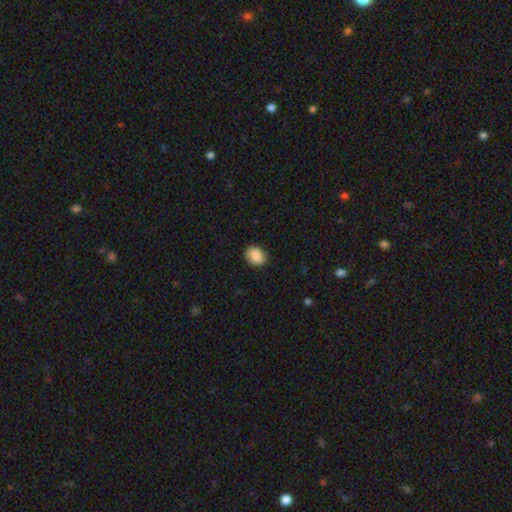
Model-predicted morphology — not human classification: type=smooth (88%); roundness=in between (54%); merging=none (89%).